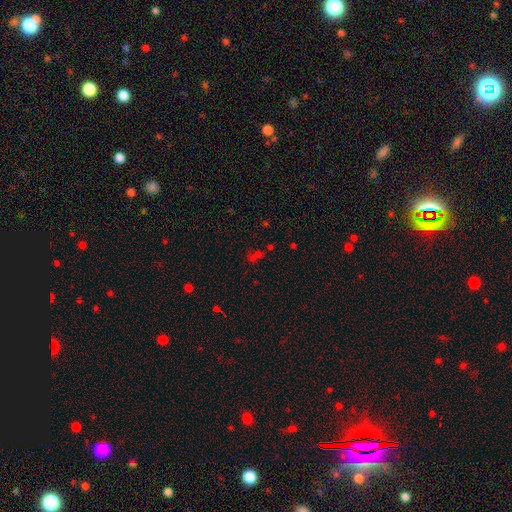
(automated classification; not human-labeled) smooth-or-featured: star or artifact: 46% | smooth: 40% | featured or disk: 14%